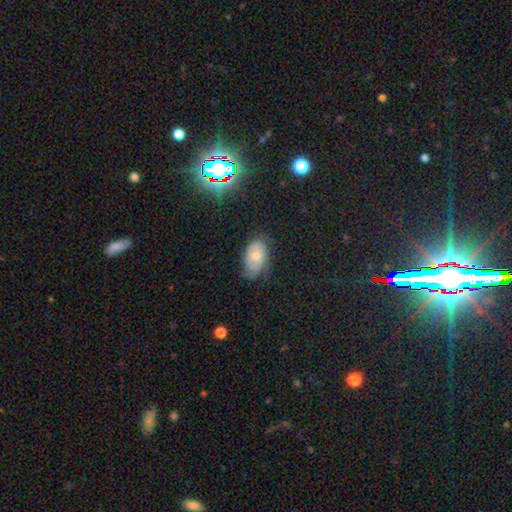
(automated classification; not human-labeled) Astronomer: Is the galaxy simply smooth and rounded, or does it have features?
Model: smooth — 50% (runner-up: featured or disk, 39%).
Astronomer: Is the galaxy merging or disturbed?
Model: none — 54% (runner-up: minor disturbance, 32%).